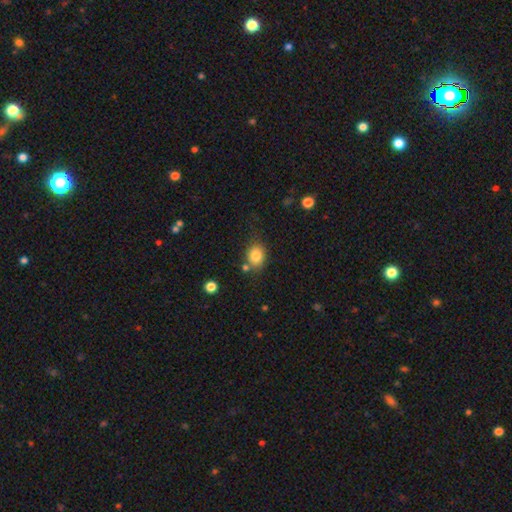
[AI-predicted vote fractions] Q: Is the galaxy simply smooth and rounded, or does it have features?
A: smooth — 82%.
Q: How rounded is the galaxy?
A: round — 50%.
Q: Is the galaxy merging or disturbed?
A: none — 71%.